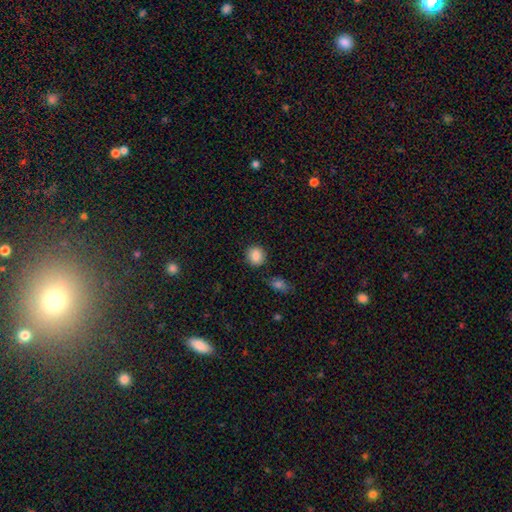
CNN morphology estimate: smooth-or-featured: smooth: 87% | star or artifact: 9% | featured or disk: 4%
  how-rounded: round: 81% | in between: 18% | cigar-shaped: 1%
  merging: none: 85% | minor disturbance: 9% | merger: 3% | major disturbance: 3%